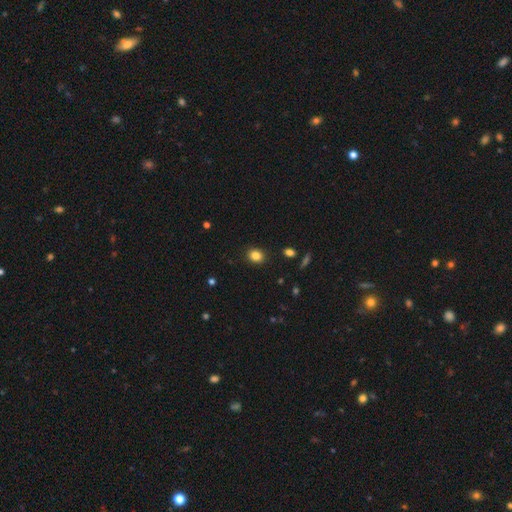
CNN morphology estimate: This is clearly a smooth galaxy (84%). How rounded: possibly round (59%). Merging: clearly none (90%).